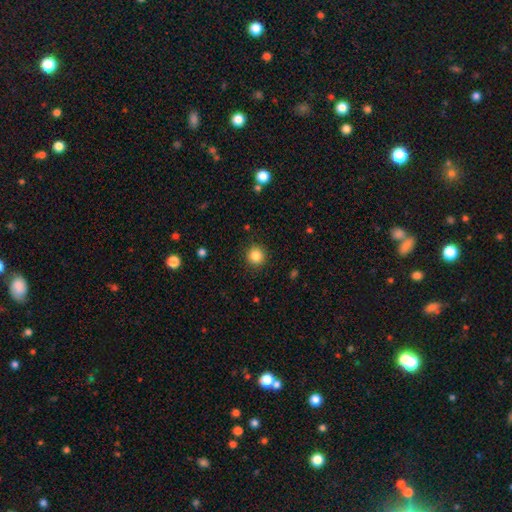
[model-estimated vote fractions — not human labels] Morphology: type=smooth (86%); roundness=round (94%); merging=none (90%).